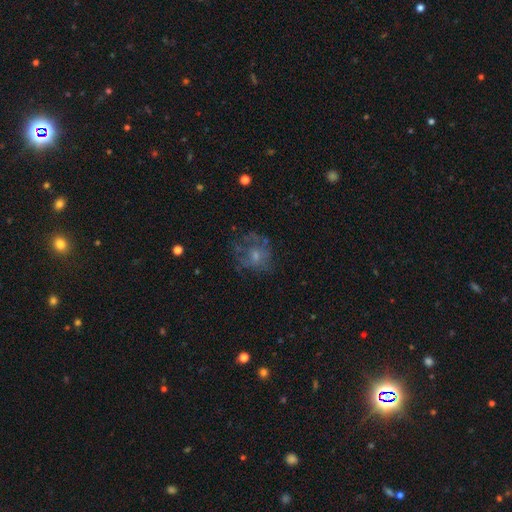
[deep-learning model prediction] Smooth or featured? Predicted: featured or disk (p=0.45). Merging? Predicted: none (p=0.54).